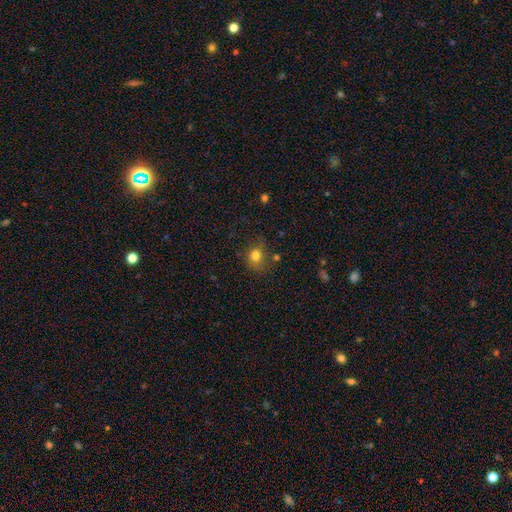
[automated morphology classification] Smooth or featured? Predicted: smooth (p=0.79). How rounded? Predicted: round (p=0.73). Merging? Predicted: none (p=0.69).